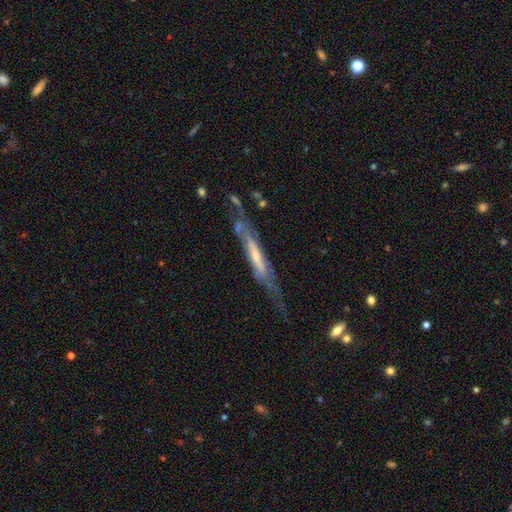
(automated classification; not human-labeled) Q: Smooth or featured?
A: featured or disk (74%); runner-up: smooth (20%)
Q: Edge-on disk?
A: yes (67%); runner-up: no (33%)
Q: Merging?
A: none (55%); runner-up: minor disturbance (25%)